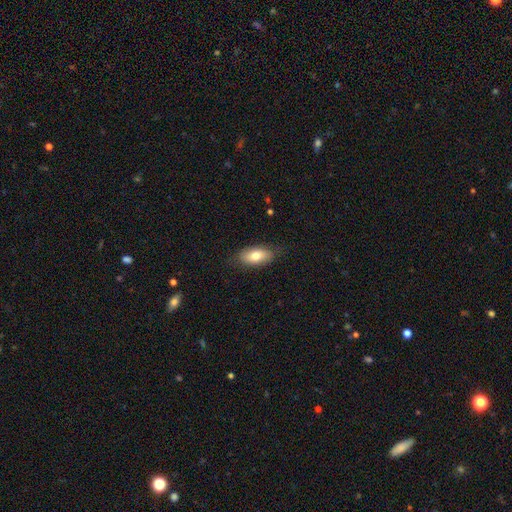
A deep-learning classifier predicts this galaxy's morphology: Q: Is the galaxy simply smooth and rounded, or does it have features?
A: smooth — 75%.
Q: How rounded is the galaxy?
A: in between — 89%.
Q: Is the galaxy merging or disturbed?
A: none — 81%.